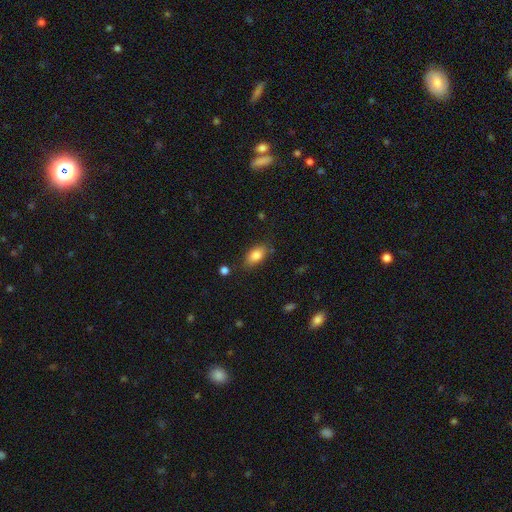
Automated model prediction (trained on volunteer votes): A smooth galaxy with no disk features (83%) that is in between round and cigar-shaped (88%). Merging: none (78%).